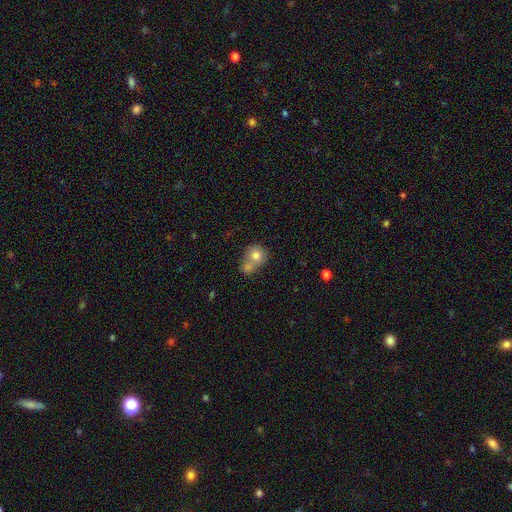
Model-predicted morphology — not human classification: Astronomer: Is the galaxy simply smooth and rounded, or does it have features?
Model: smooth — 75%.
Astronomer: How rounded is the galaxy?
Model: round — 78%.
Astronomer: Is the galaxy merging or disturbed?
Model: merger — 55% (runner-up: none, 31%).